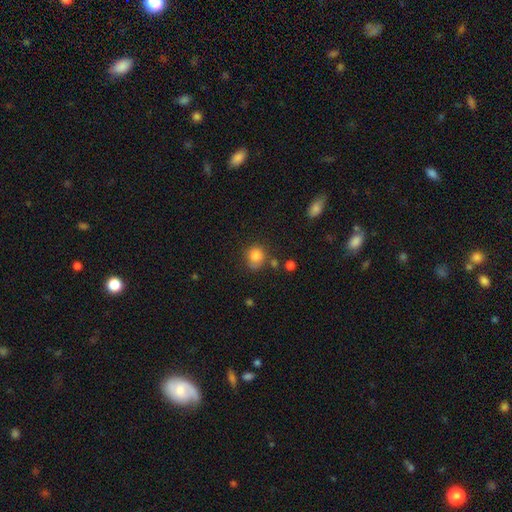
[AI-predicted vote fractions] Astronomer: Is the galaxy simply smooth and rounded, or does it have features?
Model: smooth — 82%.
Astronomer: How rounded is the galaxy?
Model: round — 81%.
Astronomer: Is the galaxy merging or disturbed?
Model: none — 63%.